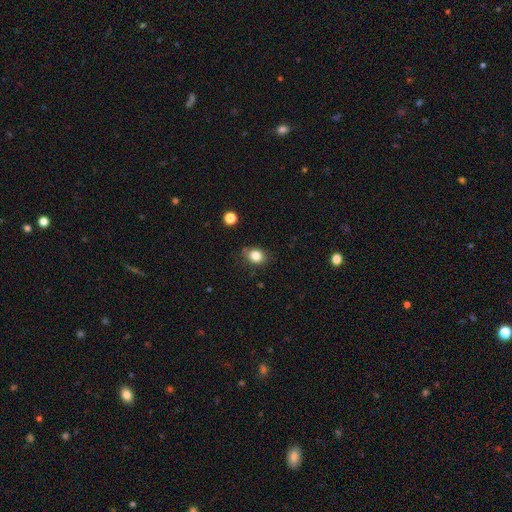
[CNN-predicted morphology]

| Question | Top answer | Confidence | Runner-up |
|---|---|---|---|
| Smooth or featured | smooth | 83% | star or artifact (11%) |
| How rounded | in between | 52% | round (47%) |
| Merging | none | 75% | minor disturbance (19%) |